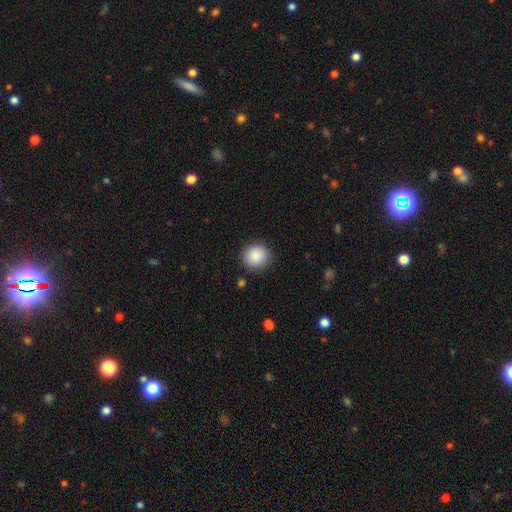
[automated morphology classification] This is clearly a smooth galaxy (88%). How rounded: clearly round (89%). Merging: clearly none (89%).